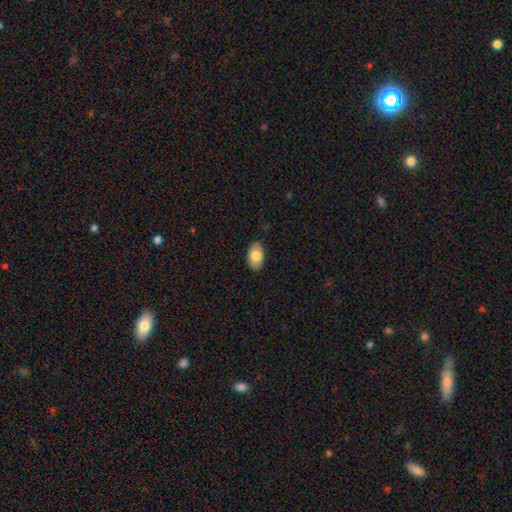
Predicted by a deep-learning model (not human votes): Morphology: type=smooth (78%); roundness=in between (93%); merging=none (86%).